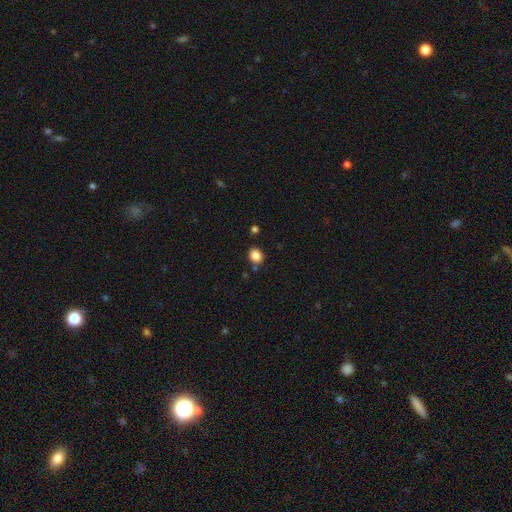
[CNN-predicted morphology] smooth 86%, star or artifact 10%, featured or disk 4%. Down the decision tree: how rounded — round (62%); merging — none (81%).